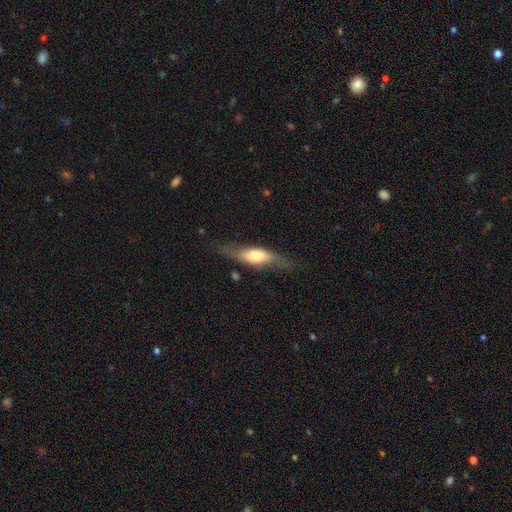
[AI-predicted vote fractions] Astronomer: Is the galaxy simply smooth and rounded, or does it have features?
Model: featured or disk — 48% (runner-up: smooth, 46%).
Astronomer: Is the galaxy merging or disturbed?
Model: none — 70%.